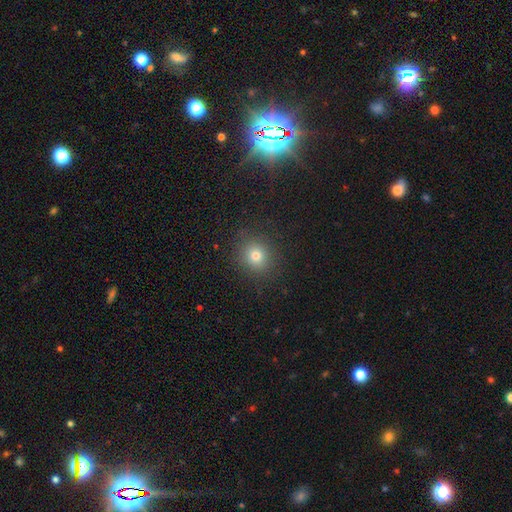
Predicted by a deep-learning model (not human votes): smooth-or-featured: smooth: 77% | star or artifact: 15% | featured or disk: 8%
  how-rounded: round: 83% | in between: 16% | cigar-shaped: 1%
  merging: none: 88% | minor disturbance: 8% | major disturbance: 3% | merger: 1%